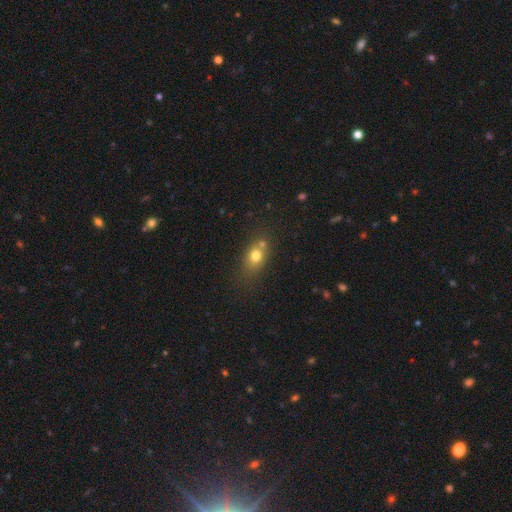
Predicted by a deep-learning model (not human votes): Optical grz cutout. It shows a smooth galaxy with no disk features (73%) that is in between round and cigar-shaped (57%). Merging: none (56%).